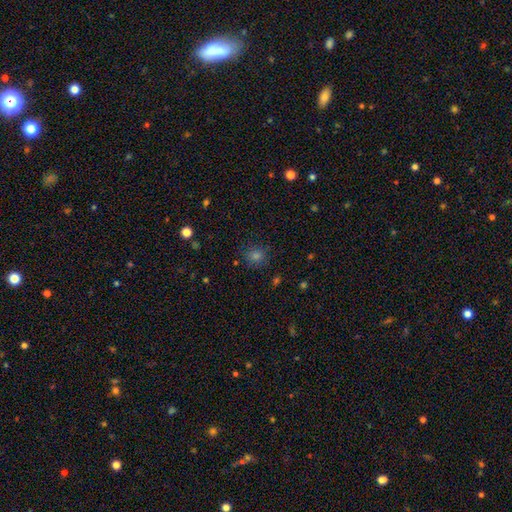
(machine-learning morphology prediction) This appears to be a smooth galaxy with no disk features (69%) that is round (82%). Merging: none (87%).